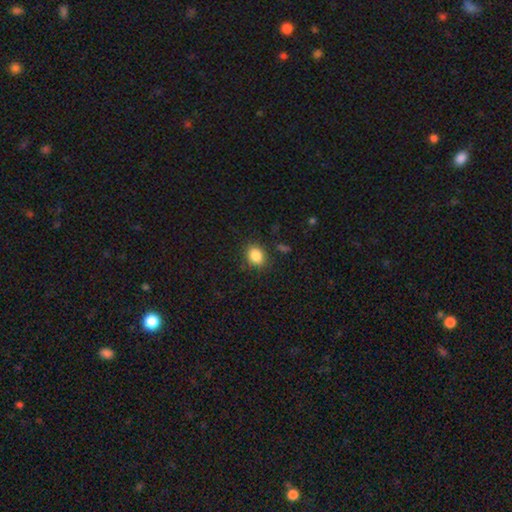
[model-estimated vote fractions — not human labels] Smooth or featured: smooth — 85% (star or artifact — 10%)
How rounded: in between — 52% (round — 47%)
Merging: none — 83% (minor disturbance — 12%)